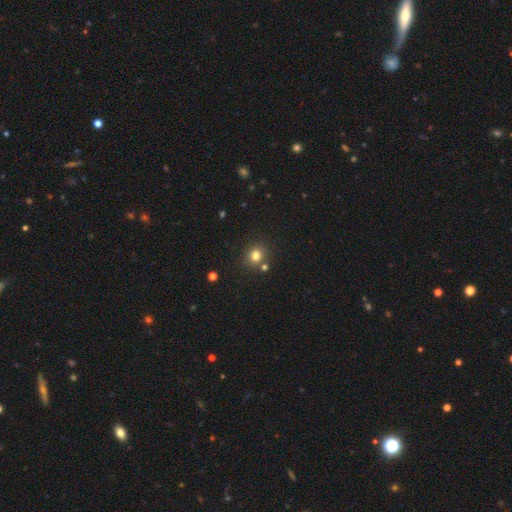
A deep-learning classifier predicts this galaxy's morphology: Q: Smooth or featured?
A: smooth (77%); runner-up: star or artifact (15%)
Q: How rounded?
A: round (79%); runner-up: in between (20%)
Q: Merging?
A: none (76%); runner-up: merger (12%)